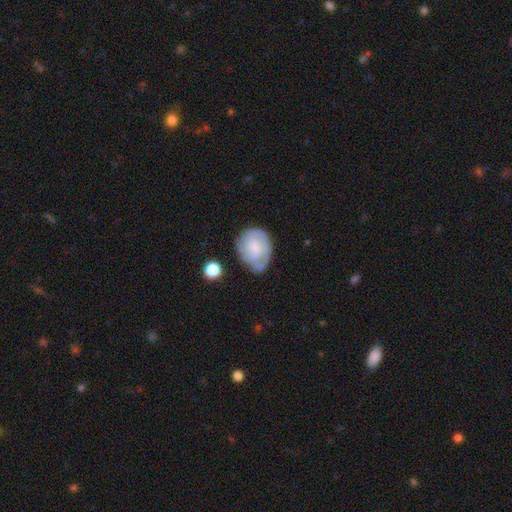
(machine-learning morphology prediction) smooth_or_featured: featured or disk (p=0.58) [alt: smooth p=0.35]
disk_edge_on: no (p=0.97) [alt: yes p=0.03]
bar: no (p=0.69) [alt: weak p=0.27]
has_spiral_arms: yes (p=0.79) [alt: no p=0.21]
bulge_size: small (p=0.49) [alt: none p=0.24]
merging: none (p=0.54) [alt: minor disturbance p=0.28]